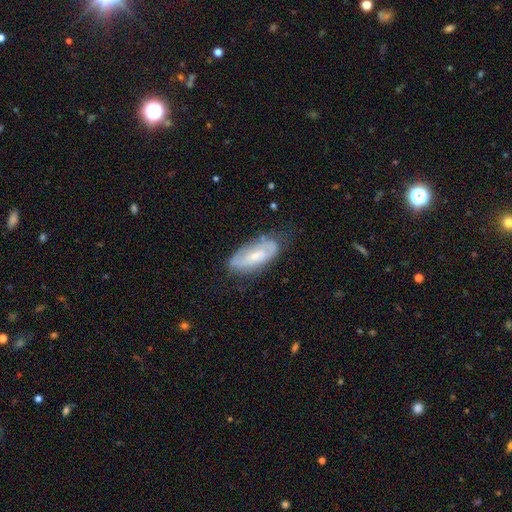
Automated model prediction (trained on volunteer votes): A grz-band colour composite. It shows a featured or disk galaxy (56%). Merging: none (65%).